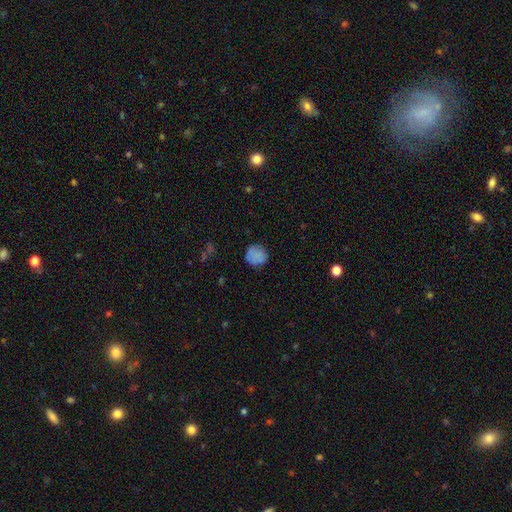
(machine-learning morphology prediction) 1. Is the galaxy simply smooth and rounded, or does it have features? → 80% smooth, 10% featured or disk, 10% star or artifact.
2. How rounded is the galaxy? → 88% round, 11% in between, 1% cigar-shaped.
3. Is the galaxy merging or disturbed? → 76% none, 18% minor disturbance, 5% major disturbance, 2% merger.